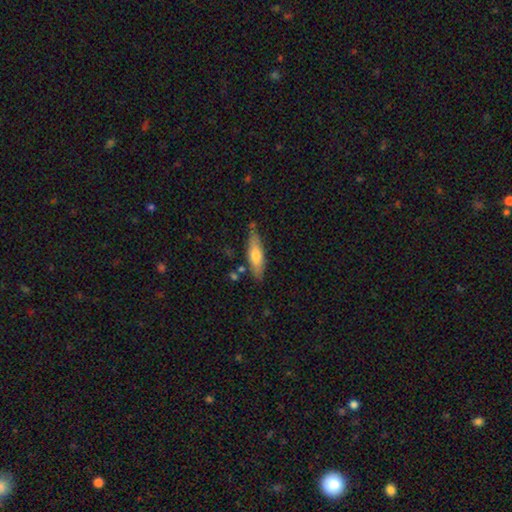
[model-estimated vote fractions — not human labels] smooth_or_featured: smooth (p=0.64) [alt: featured or disk p=0.30]
how_rounded: cigar-shaped (p=0.58) [alt: in between p=0.40]
merging: none (p=0.76) [alt: minor disturbance p=0.16]